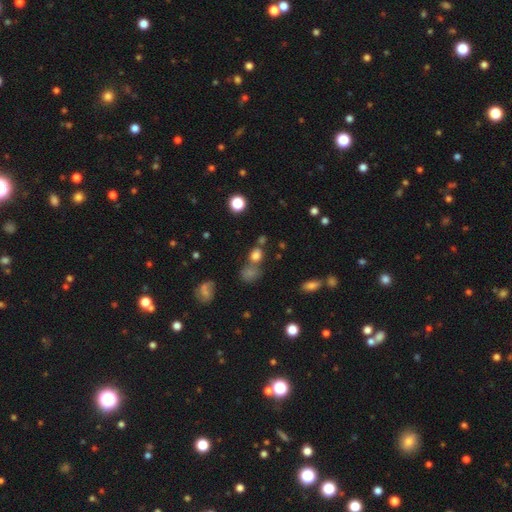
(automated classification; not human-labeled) Smooth or featured? smooth (74%)
How rounded? round (61%)
Merging? none (53%)